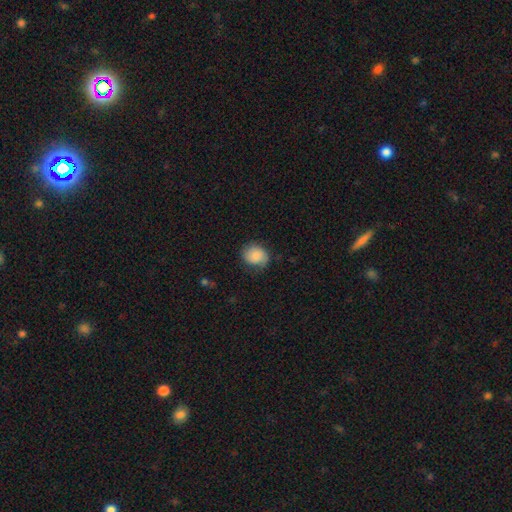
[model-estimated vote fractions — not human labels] This is clearly a smooth galaxy (81%). How rounded: likely round (64%). Merging: likely none (71%).